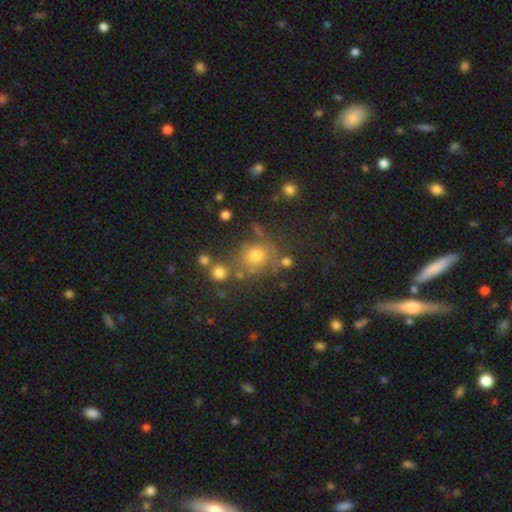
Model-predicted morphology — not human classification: Smooth or featured? Predicted: smooth (p=0.63). How rounded? Predicted: round (p=0.80). Merging? Predicted: none (p=0.61).